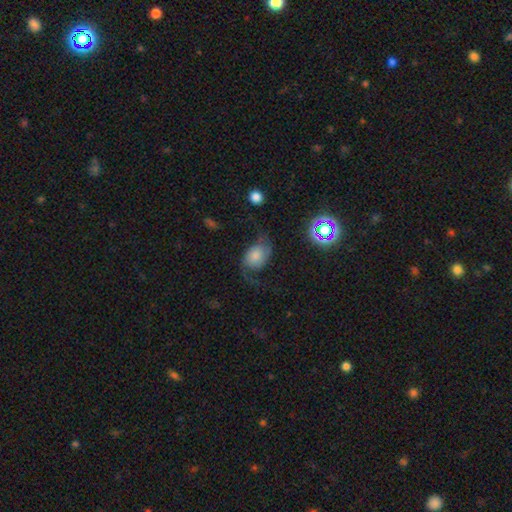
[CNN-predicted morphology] smooth-or-featured: featured or disk: 62% | smooth: 28% | star or artifact: 10%
  disk-edge-on: no: 97% | yes: 3%
    bar: no: 73% | weak: 22% | strong: 5%
    has-spiral-arms: yes: 92% | no: 8%
      spiral-winding: loose: 73% | medium: 22% | tight: 6%
      spiral-arm-count: 2: 91% | 1: 4% | can't tell: 2% | 3: 1% | 4: 1% | more than 4: 1%
    bulge-size: moderate: 28% | large: 25% | small: 19% | dominant: 15% | none: 14%
  merging: none: 53% | major disturbance: 23% | minor disturbance: 21% | merger: 3%